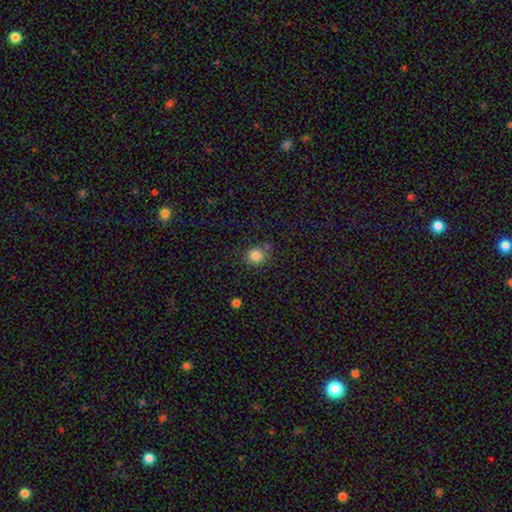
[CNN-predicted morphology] smooth-or-featured: smooth: 83% | star or artifact: 11% | featured or disk: 5%
  how-rounded: round: 87% | in between: 12% | cigar-shaped: 1%
  merging: none: 77% | minor disturbance: 13% | merger: 6% | major disturbance: 4%